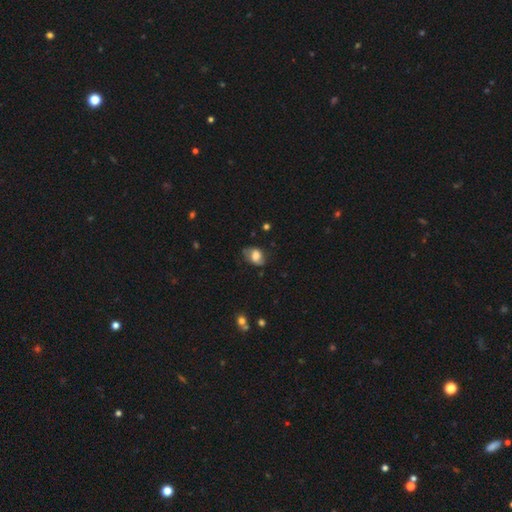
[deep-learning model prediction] Q: Smooth or featured?
A: smooth (65%); runner-up: featured or disk (26%)
Q: How rounded?
A: in between (75%); runner-up: round (24%)
Q: Merging?
A: none (59%); runner-up: minor disturbance (29%)